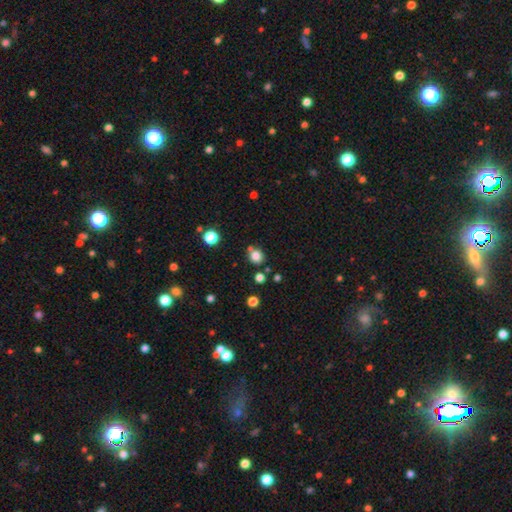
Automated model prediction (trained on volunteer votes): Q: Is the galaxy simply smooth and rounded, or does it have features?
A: smooth — 82%.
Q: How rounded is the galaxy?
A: round — 83%.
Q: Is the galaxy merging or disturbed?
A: none — 74%.